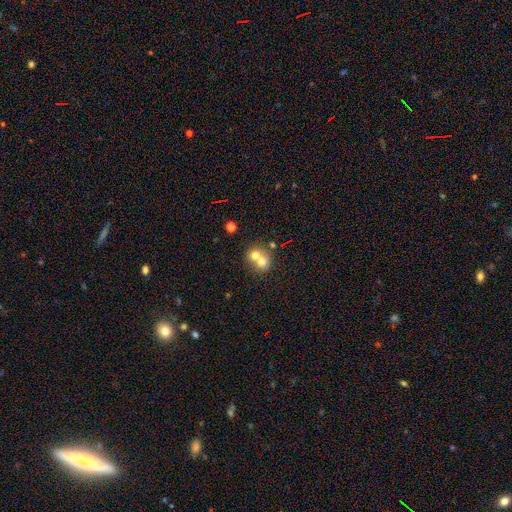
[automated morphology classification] Smooth or featured? smooth (69%)
How rounded? round (75%)
Merging? merger (65%)